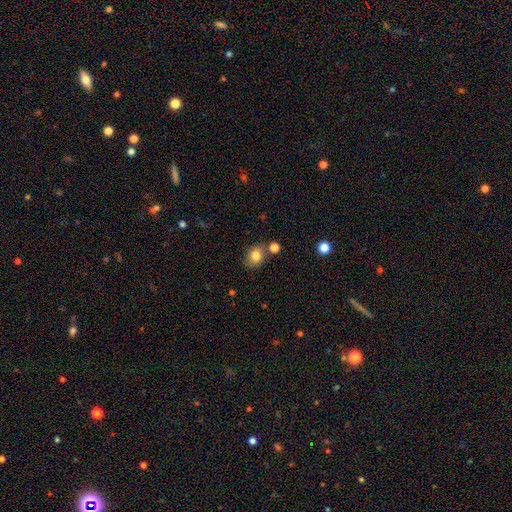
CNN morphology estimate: smooth_or_featured: smooth (p=0.81) [alt: star or artifact p=0.10]
how_rounded: round (p=0.53) [alt: in between p=0.46]
merging: none (p=0.69) [alt: minor disturbance p=0.15]